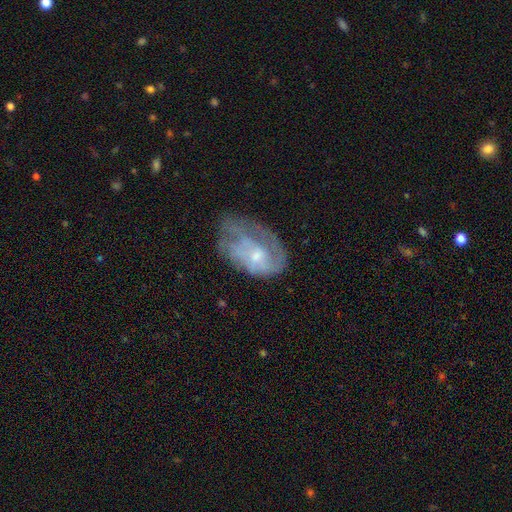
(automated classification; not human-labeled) featured or disk 63%, smooth 29%, star or artifact 8%. Down the decision tree: edge-on disk — no (96%); bar — no (72%); spiral arms — yes (63%); bulge size — small (50%); merging — none (36%).